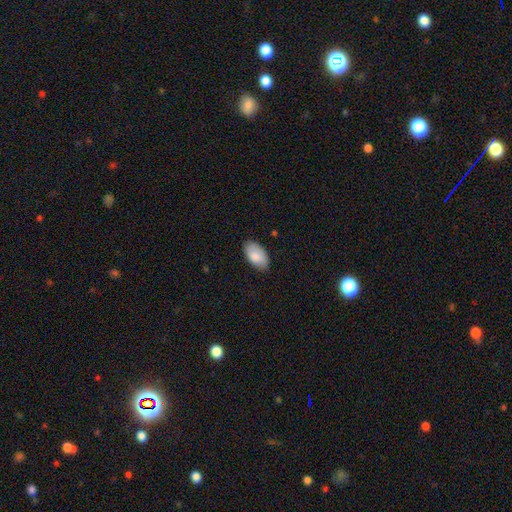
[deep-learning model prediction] smooth_or_featured: smooth (p=0.87) [alt: featured or disk p=0.07]
how_rounded: in between (p=0.96) [alt: round p=0.03]
merging: none (p=0.83) [alt: minor disturbance p=0.13]